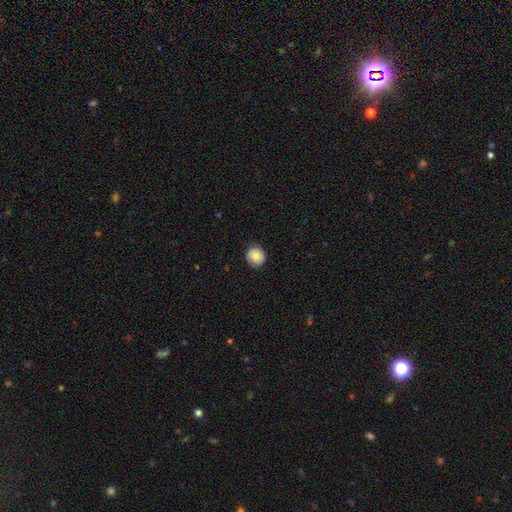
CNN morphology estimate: A smooth galaxy with no disk features (80%) that is round (87%).

Vote fractions:
- Smooth or featured? smooth: 80% / featured or disk: 12% / star or artifact: 8%
- How rounded? round: 87% / in between: 12% / cigar-shaped: 1%
- Merging? none: 83% / minor disturbance: 13% / major disturbance: 3% / merger: 1%